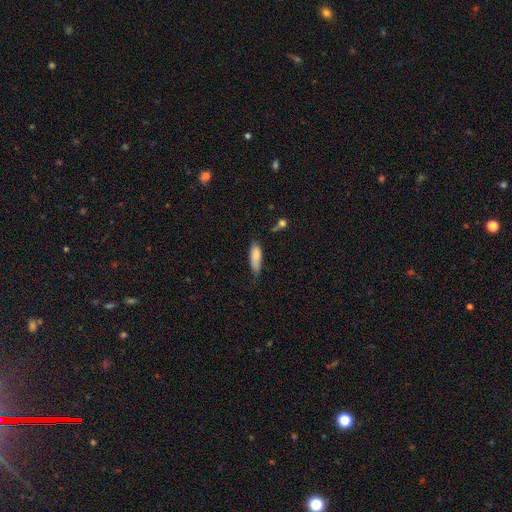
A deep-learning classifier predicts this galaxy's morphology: This appears to be a smooth galaxy with no disk features (82%) that is in between round and cigar-shaped (58%). Merging: none (58%).